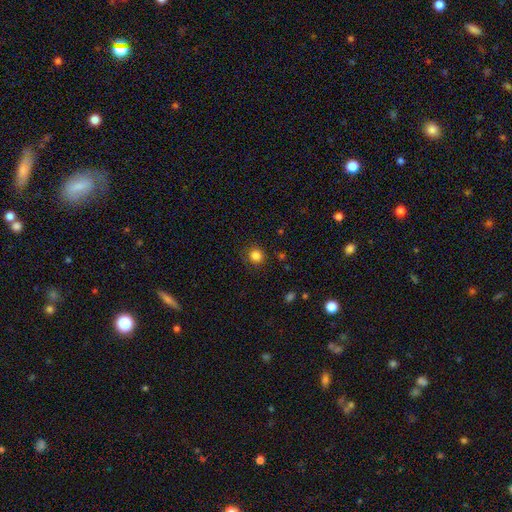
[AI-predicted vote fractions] This appears to be a smooth galaxy with no disk features (82%) that is round (91%). Merging: none (86%).